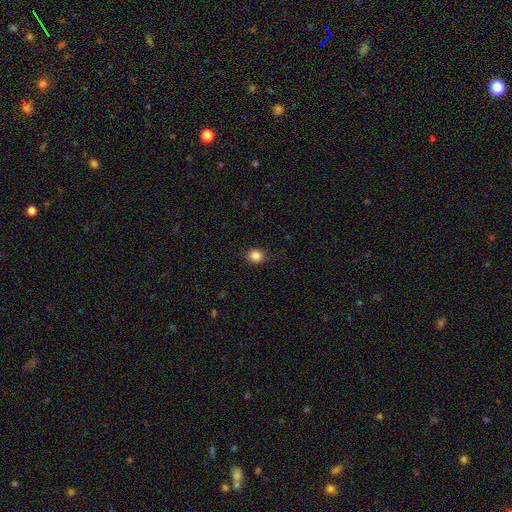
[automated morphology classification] Overall: smooth (85%). How rounded: round (75%). Merging: none (89%).